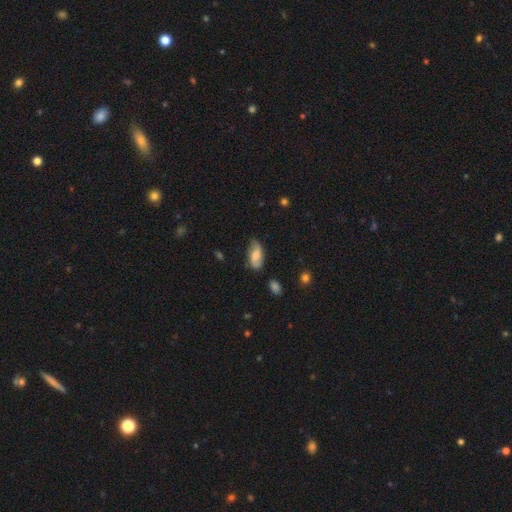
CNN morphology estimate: Smooth or featured?
  - smooth: 55% *
  - featured or disk: 38%
  - star or artifact: 7%
How rounded?
  - in between: 89% *
  - cigar-shaped: 7%
  - round: 3%
Merging?
  - none: 65% *
  - minor disturbance: 26%
  - major disturbance: 6%
  - merger: 3%